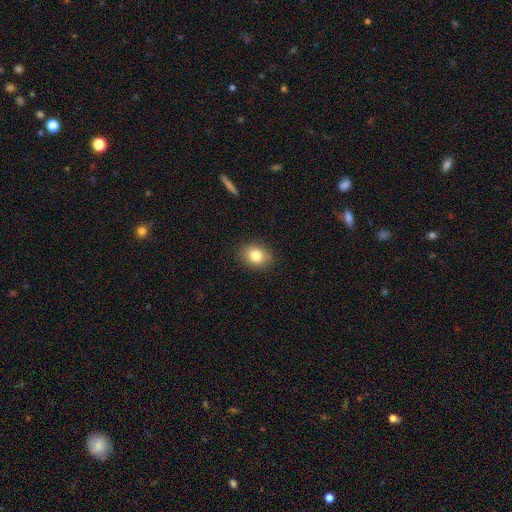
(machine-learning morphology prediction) smooth 82%, star or artifact 10%, featured or disk 9%. Down the decision tree: how rounded — in between (52%); merging — none (89%).